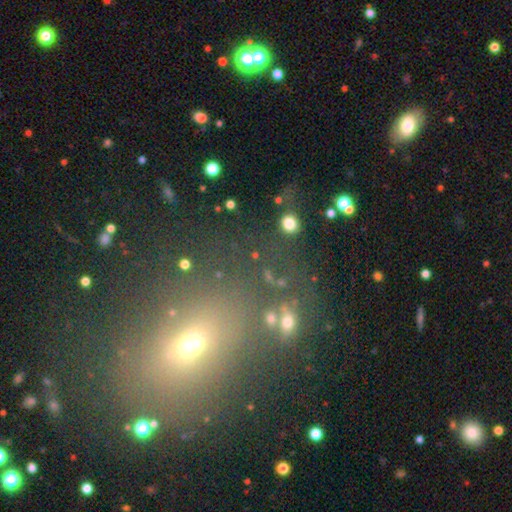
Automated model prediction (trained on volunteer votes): Morphology: type=smooth (50%); roundness=round (66%); merging=none (65%).